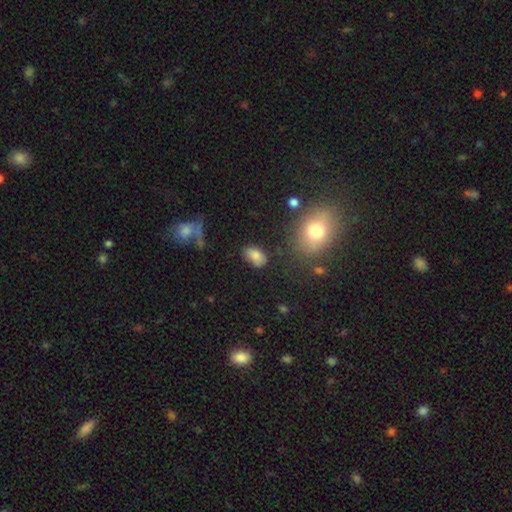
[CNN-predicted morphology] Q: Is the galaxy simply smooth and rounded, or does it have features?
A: smooth — 77%.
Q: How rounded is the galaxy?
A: in between — 89%.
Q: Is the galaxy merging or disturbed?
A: none — 71%.